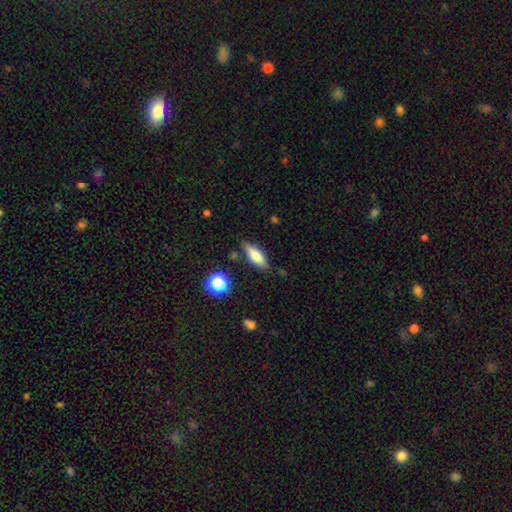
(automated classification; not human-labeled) Smooth or featured: smooth — 71% (featured or disk — 20%)
How rounded: in between — 63% (cigar-shaped — 34%)
Merging: none — 79% (minor disturbance — 15%)